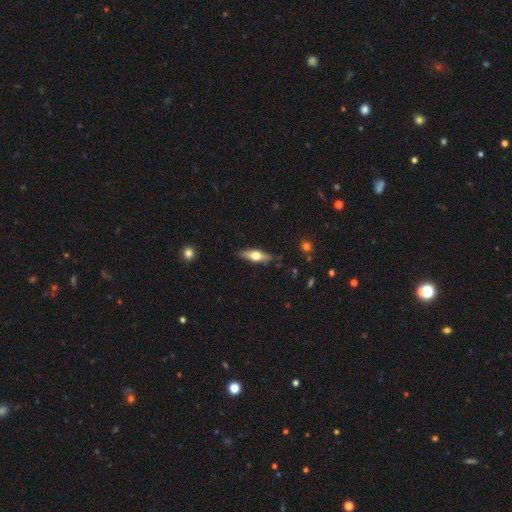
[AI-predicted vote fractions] Overall: featured or disk (50%; smooth 44%). Merging: none (85%).